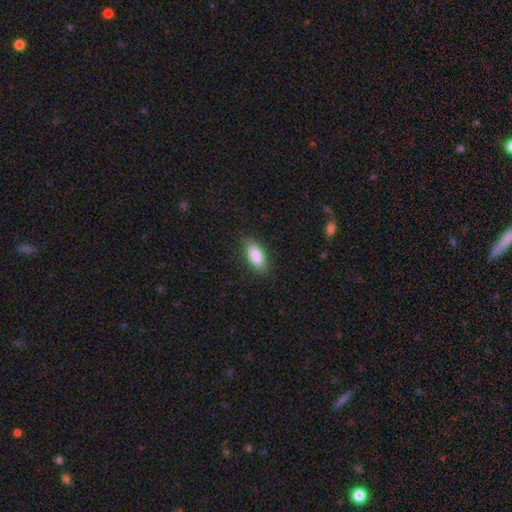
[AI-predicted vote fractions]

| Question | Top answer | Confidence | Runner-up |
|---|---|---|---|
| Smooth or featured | smooth | 85% | featured or disk (9%) |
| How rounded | in between | 81% | cigar-shaped (17%) |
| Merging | none | 83% | minor disturbance (13%) |